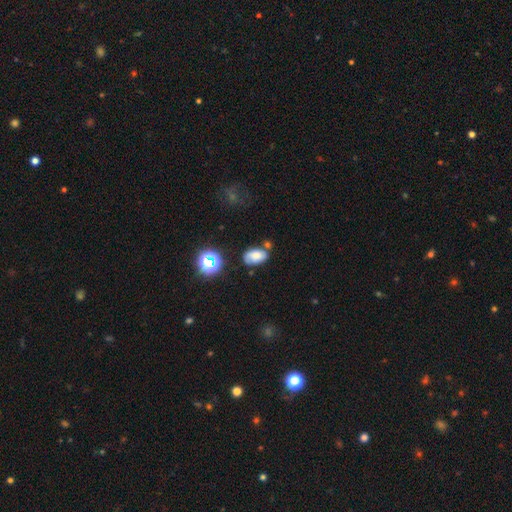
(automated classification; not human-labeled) Smooth or featured?
  - smooth: 63% *
  - featured or disk: 23%
  - star or artifact: 14%
How rounded?
  - in between: 89% *
  - round: 10%
  - cigar-shaped: 2%
Merging?
  - none: 57% *
  - minor disturbance: 25%
  - merger: 11%
  - major disturbance: 7%